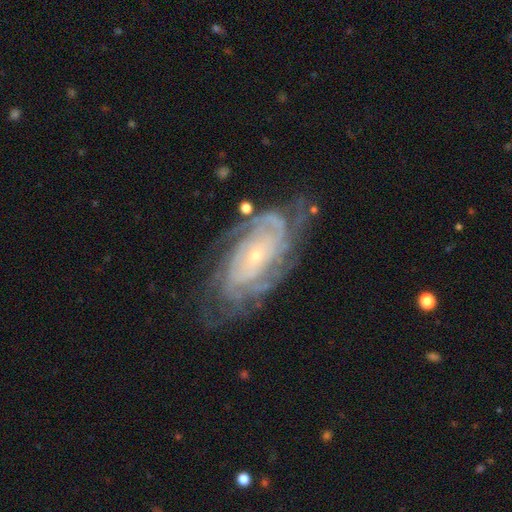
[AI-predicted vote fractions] smooth_or_featured: featured or disk (p=0.86) [alt: smooth p=0.08]
disk_edge_on: no (p=0.94) [alt: yes p=0.06]
bar: no (p=0.69) [alt: weak p=0.22]
has_spiral_arms: yes (p=0.95) [alt: no p=0.05]
spiral_winding: tight (p=0.74) [alt: medium p=0.22]
spiral_arm_count: can't tell (p=0.36) [alt: 2 p=0.19]
bulge_size: small (p=0.79) [alt: moderate p=0.17]
merging: none (p=0.69) [alt: minor disturbance p=0.20]